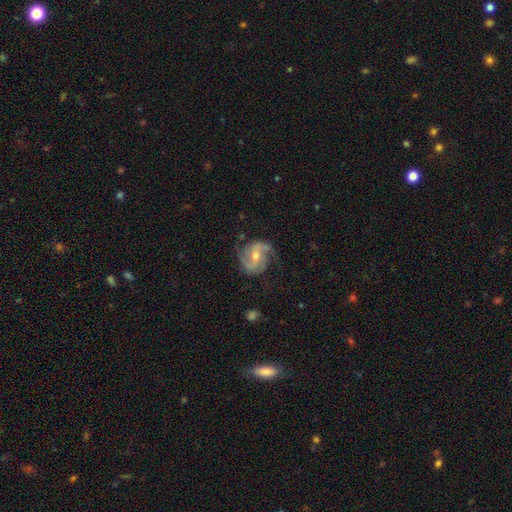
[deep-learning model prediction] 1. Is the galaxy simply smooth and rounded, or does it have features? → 86% featured or disk, 8% smooth, 6% star or artifact.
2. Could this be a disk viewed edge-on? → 97% no, 3% yes.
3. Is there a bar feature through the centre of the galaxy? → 42% weak, 35% no, 22% strong.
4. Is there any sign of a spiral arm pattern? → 96% yes, 4% no.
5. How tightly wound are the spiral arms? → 50% medium, 27% loose, 23% tight.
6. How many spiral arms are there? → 82% 2, 6% 3, 5% can't tell, 3% 1, 2% 4, 2% more than 4.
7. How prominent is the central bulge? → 60% moderate, 36% small, 2% large, 1% none, 1% dominant.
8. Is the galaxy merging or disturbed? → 73% none, 17% minor disturbance, 8% major disturbance, 1% merger.